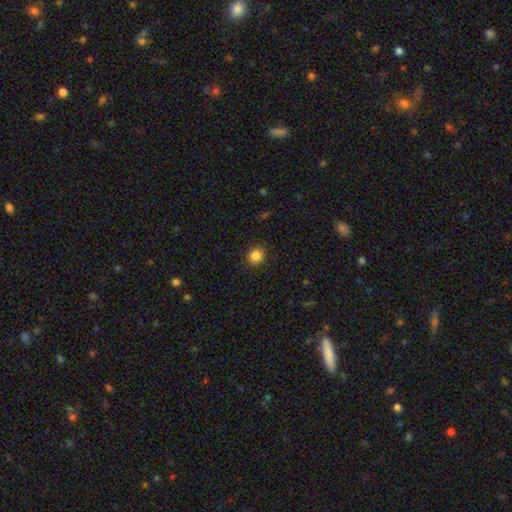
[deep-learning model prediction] Smooth or featured? smooth (85%)
How rounded? round (79%)
Merging? none (88%)